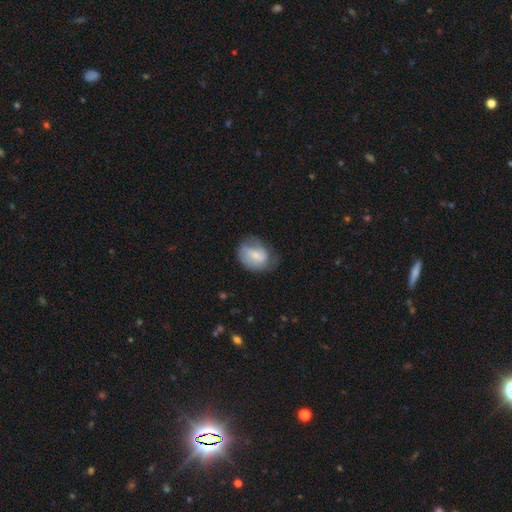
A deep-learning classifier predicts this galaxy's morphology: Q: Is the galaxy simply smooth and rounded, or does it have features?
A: smooth — 53%.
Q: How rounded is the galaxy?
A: in between — 62%.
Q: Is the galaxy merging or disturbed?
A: none — 48%.